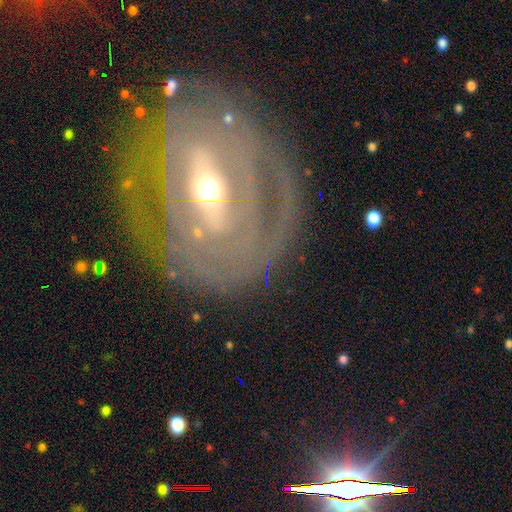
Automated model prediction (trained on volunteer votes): A featured or disk galaxy (84%) with a strong bar (52%), tight (73%) spiral arms (77%) and a moderate central bulge (52%). Merging: none (73%).